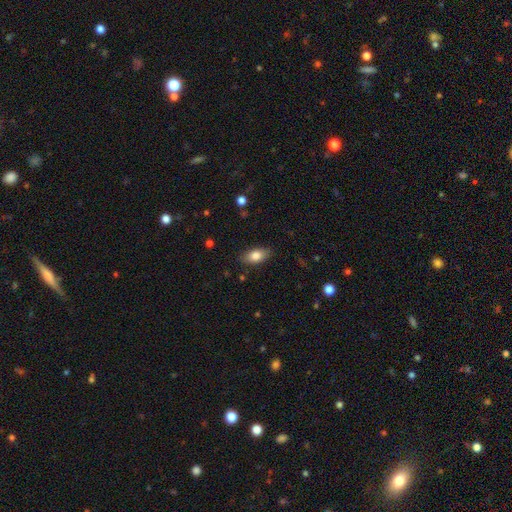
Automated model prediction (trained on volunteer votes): This is clearly a smooth galaxy (82%). How rounded: clearly in between (89%). Merging: clearly none (86%).